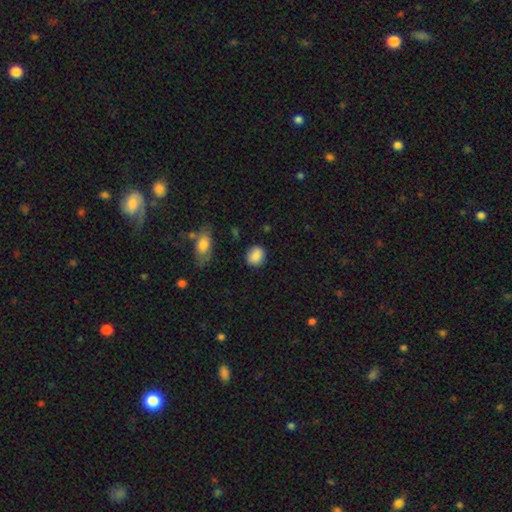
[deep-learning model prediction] Q: Smooth or featured?
A: smooth (87%); runner-up: star or artifact (8%)
Q: How rounded?
A: round (59%); runner-up: in between (40%)
Q: Merging?
A: none (83%); runner-up: minor disturbance (12%)